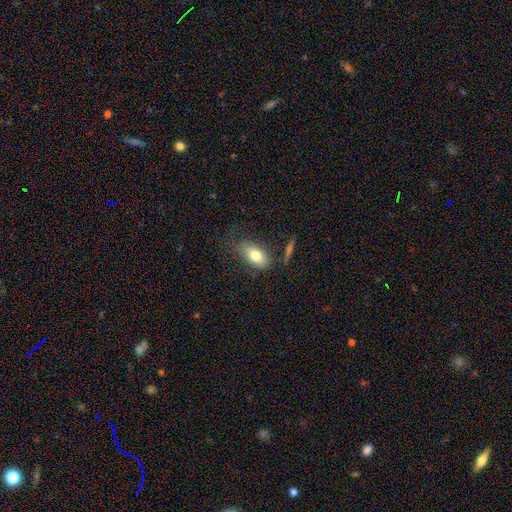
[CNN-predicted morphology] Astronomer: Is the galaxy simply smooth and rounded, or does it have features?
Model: smooth — 75%.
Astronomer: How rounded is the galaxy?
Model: in between — 89%.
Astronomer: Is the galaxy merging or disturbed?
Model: none — 64%.